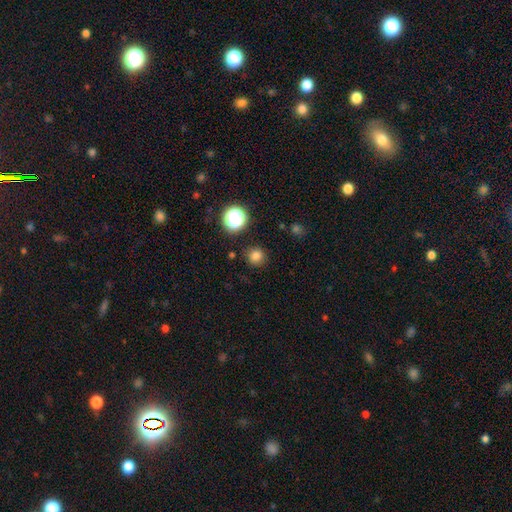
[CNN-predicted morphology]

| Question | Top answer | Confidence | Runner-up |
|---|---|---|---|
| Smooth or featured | smooth | 79% | star or artifact (16%) |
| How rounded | round | 93% | in between (6%) |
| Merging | none | 88% | minor disturbance (7%) |